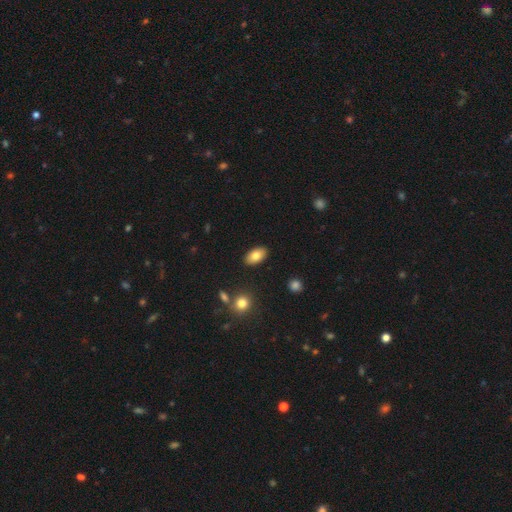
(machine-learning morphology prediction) This appears to be a smooth galaxy with no disk features (80%) that is in between round and cigar-shaped (93%). Merging: none (88%).